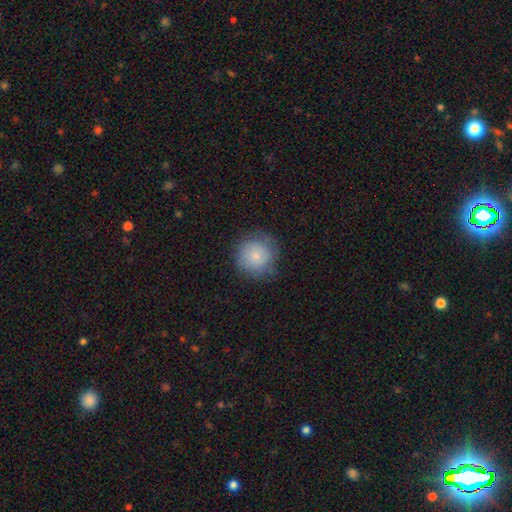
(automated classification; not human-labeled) This is likely a smooth galaxy (78%). How rounded: clearly round (93%). Merging: likely none (74%).